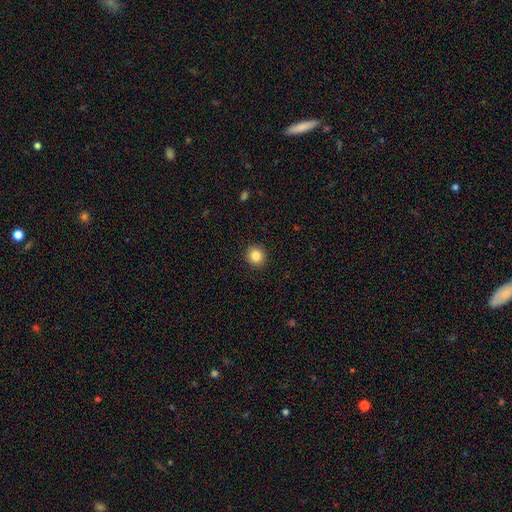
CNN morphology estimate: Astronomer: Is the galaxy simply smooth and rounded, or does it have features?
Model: smooth — 85%.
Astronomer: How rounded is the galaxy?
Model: round — 89%.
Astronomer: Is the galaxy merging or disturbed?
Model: none — 92%.